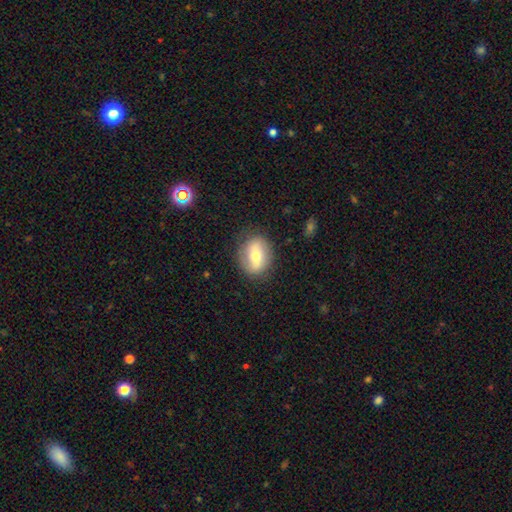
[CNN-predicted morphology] A smooth galaxy with no disk features (55%) that is in between round and cigar-shaped (54%).

Vote fractions:
- Smooth or featured? smooth: 55% / featured or disk: 38% / star or artifact: 8%
- How rounded? in between: 54% / round: 44% / cigar-shaped: 2%
- Merging? none: 82% / minor disturbance: 12% / major disturbance: 4% / merger: 1%